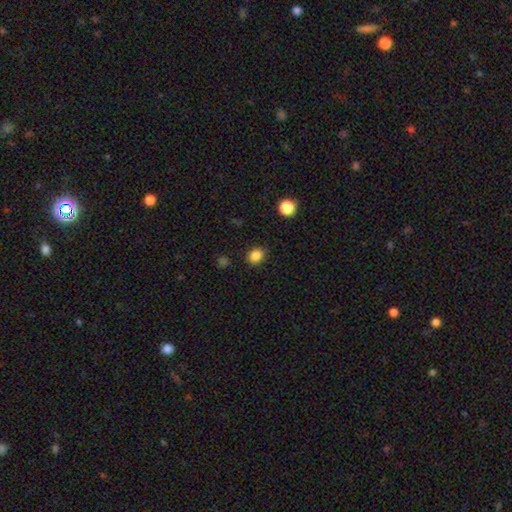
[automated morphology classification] The model was most divided on "how rounded": round: 61%, in between: 38%, cigar-shaped: 1%. More confident: smooth or featured — smooth (85%); merging — none (83%).